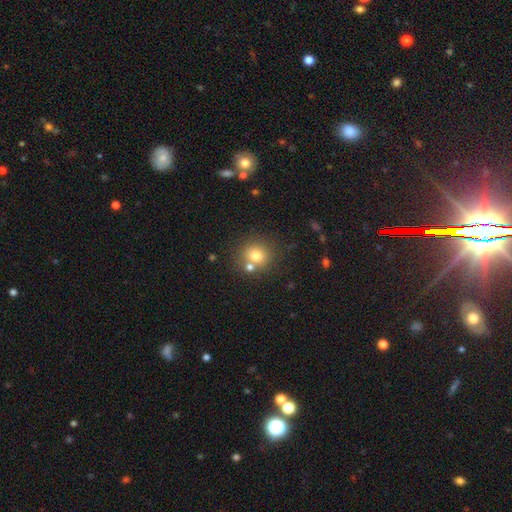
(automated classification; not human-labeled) Smooth or featured: smooth — 75% (star or artifact — 14%)
How rounded: round — 86% (in between — 13%)
Merging: none — 68% (merger — 20%)